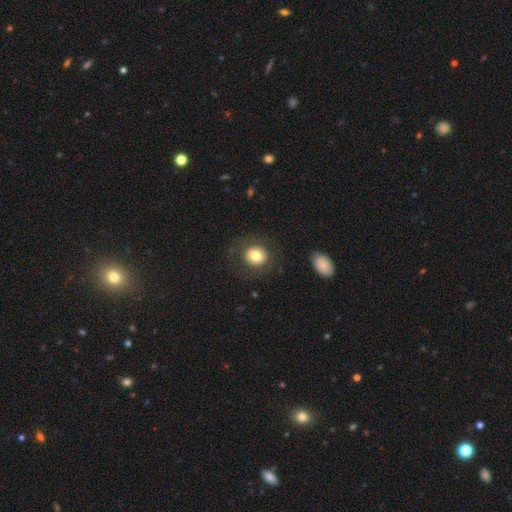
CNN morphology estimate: This appears to be a smooth galaxy with no disk features (75%) that is round (82%). Merging: none (83%).